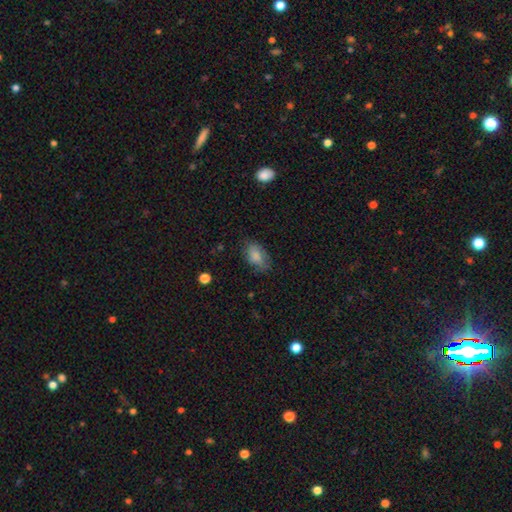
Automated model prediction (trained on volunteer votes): The model was most divided on "merging": none: 70%, minor disturbance: 22%, major disturbance: 7%, merger: 1%. More confident: how rounded — in between (90%); smooth or featured — smooth (81%).